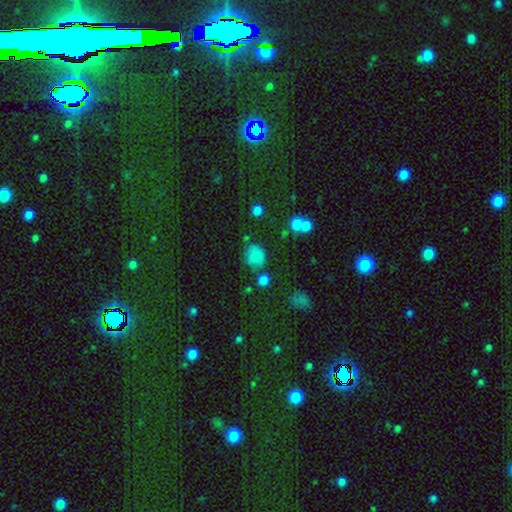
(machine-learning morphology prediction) Q: Smooth or featured?
A: smooth (76%); runner-up: star or artifact (16%)
Q: How rounded?
A: round (71%); runner-up: in between (28%)
Q: Merging?
A: none (65%); runner-up: minor disturbance (20%)